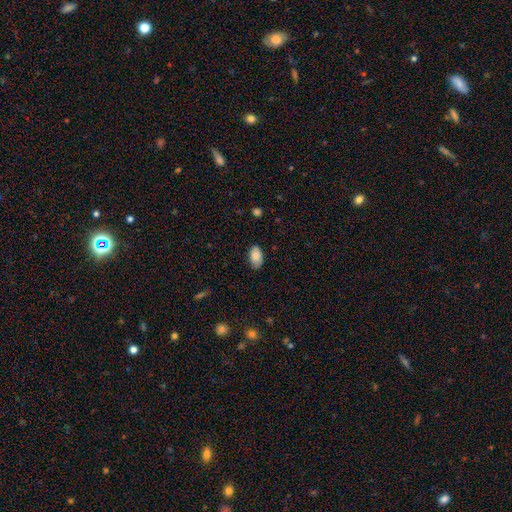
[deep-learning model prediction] Morphology: type=smooth (85%); roundness=in between (93%); merging=none (82%).